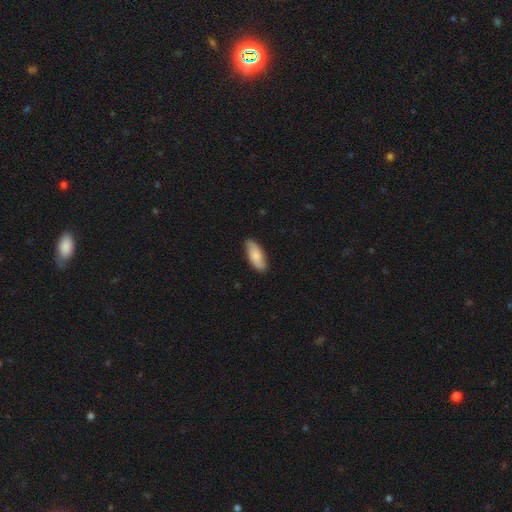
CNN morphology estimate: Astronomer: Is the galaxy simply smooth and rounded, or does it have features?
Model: smooth — 77%.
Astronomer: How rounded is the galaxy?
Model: in between — 80%.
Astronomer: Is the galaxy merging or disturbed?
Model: none — 84%.